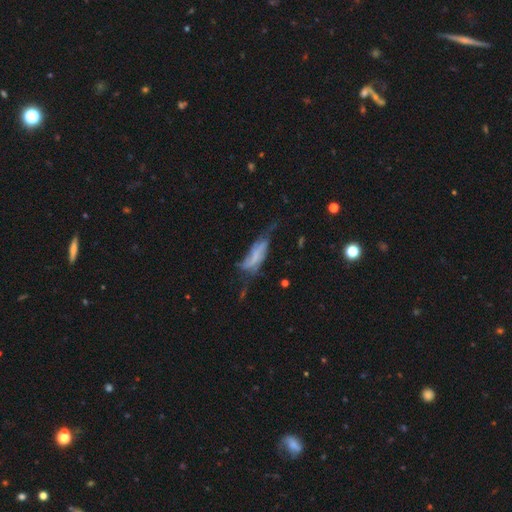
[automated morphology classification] Smooth or featured? Predicted: featured or disk (p=0.50). Merging? Predicted: major disturbance (p=0.35).